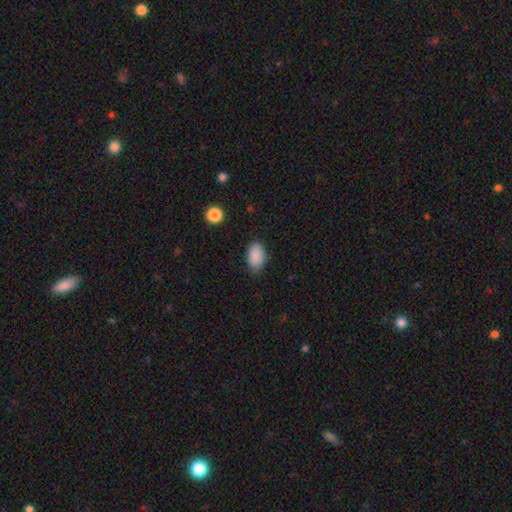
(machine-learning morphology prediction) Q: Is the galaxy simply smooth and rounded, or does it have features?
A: smooth — 89%.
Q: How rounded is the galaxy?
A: in between — 91%.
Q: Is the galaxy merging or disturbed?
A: none — 81%.